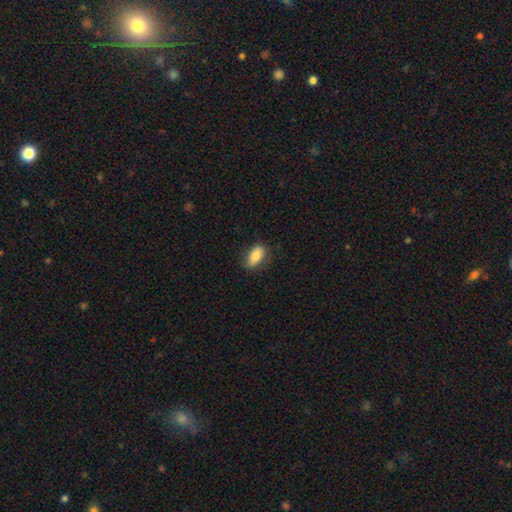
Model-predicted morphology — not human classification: smooth 80%, featured or disk 12%, star or artifact 7%. Down the decision tree: how rounded — in between (89%); merging — none (77%).